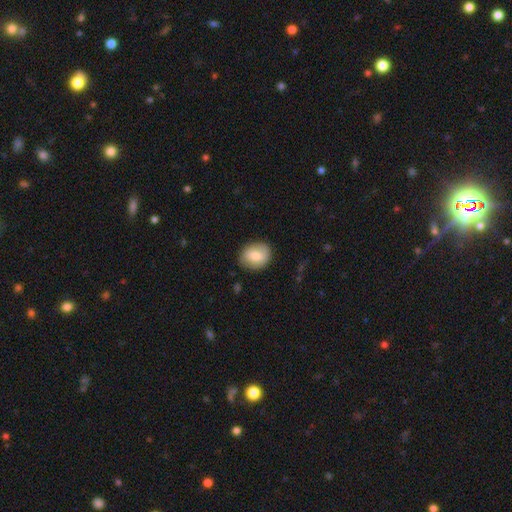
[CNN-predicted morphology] A smooth galaxy with no disk features (76%) that is round (57%).

Vote fractions:
- Smooth or featured? smooth: 76% / featured or disk: 16% / star or artifact: 7%
- How rounded? round: 57% / in between: 42% / cigar-shaped: 1%
- Merging? none: 82% / minor disturbance: 13% / major disturbance: 3% / merger: 1%